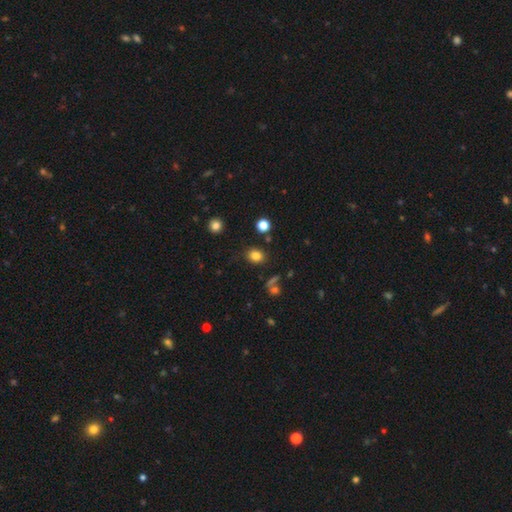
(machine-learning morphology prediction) Overall: smooth (81%). How rounded: round (55%; in between 44%). Merging: none (82%).